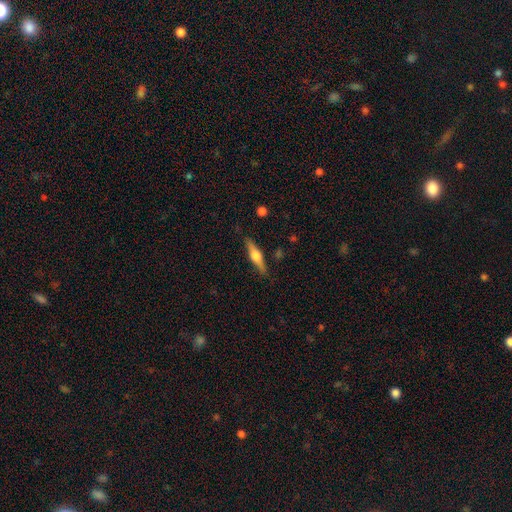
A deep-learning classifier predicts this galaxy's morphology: A featured or disk galaxy (65%) viewed edge-on (97%) with a rounded central bulge (93%). Merging: none (87%).